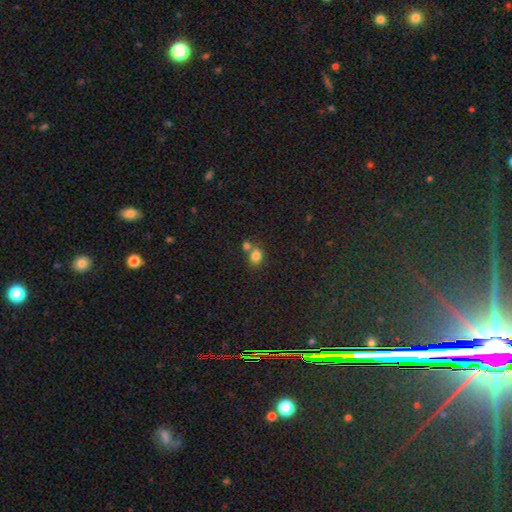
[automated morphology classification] smooth_or_featured: smooth (p=0.82) [alt: star or artifact p=0.12]
how_rounded: in between (p=0.52) [alt: round p=0.47]
merging: none (p=0.52) [alt: merger p=0.35]